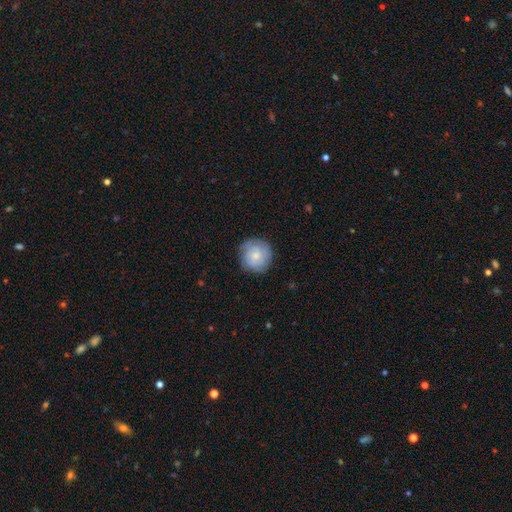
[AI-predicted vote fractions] smooth-or-featured: smooth: 59% | featured or disk: 33% | star or artifact: 8%
  how-rounded: round: 93% | in between: 6% | cigar-shaped: 1%
  merging: none: 81% | minor disturbance: 14% | major disturbance: 4% | merger: 1%